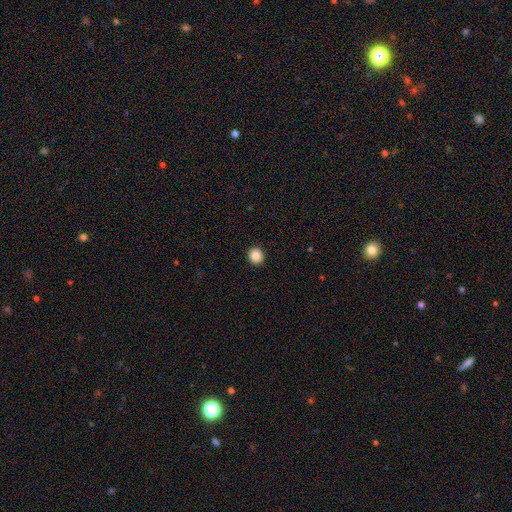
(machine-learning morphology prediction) Overall: smooth (87%). How rounded: round (89%). Merging: none (93%).